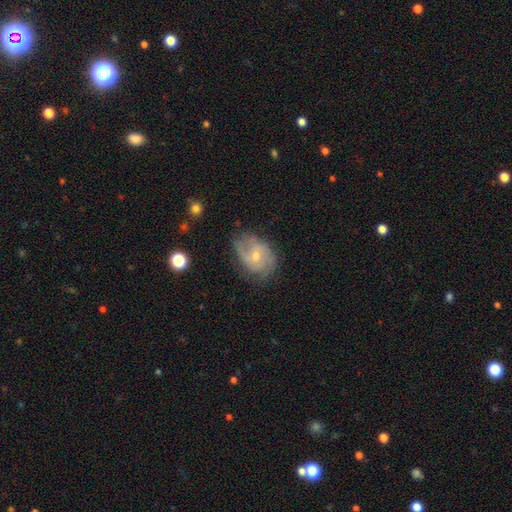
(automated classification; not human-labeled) A featured or disk galaxy (70%) with no bar (60%), 2 (45%) medium (45%) spiral arms (87%) and a small central bulge (53%).

Vote fractions:
- Smooth or featured? featured or disk: 70% / smooth: 23% / star or artifact: 7%
- Edge-on disk? no: 97% / yes: 3%
- Bar? no: 60% / weak: 35% / strong: 5%
- Spiral arms? yes: 87% / no: 13%
- Spiral winding? medium: 45% / tight: 33% / loose: 22%
- Spiral arm count? 2: 45% / can't tell: 26% / 3: 17% / 1: 5% / 4: 4% / more than 4: 3%
- Bulge size? small: 53% / moderate: 43% / none: 2% / large: 1% / dominant: 1%
- Merging? none: 60% / minor disturbance: 26% / major disturbance: 11% / merger: 2%